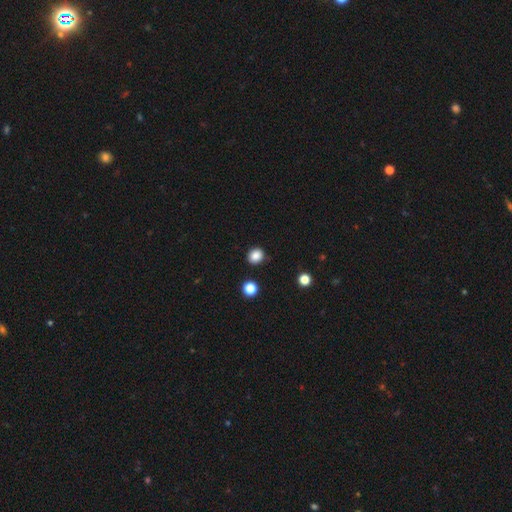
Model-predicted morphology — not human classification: Q: Smooth or featured?
A: smooth (86%); runner-up: star or artifact (11%)
Q: How rounded?
A: round (72%); runner-up: in between (28%)
Q: Merging?
A: none (88%); runner-up: minor disturbance (8%)